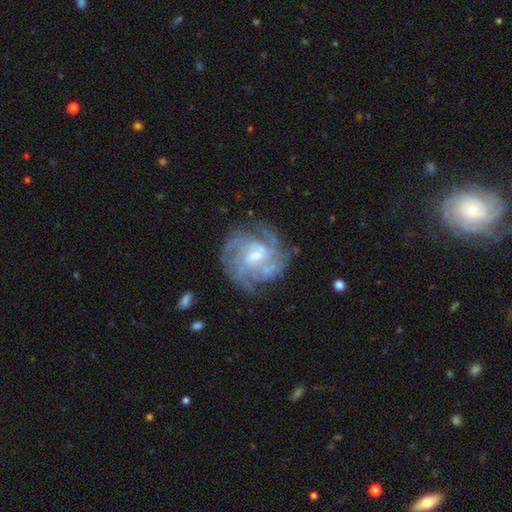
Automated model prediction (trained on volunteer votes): Smooth or featured?
  - featured or disk: 85% *
  - smooth: 8%
  - star or artifact: 6%
Edge-on disk?
  - no: 98% *
  - yes: 2%
Bar?
  - weak: 49% *
  - no: 41%
  - strong: 10%
Spiral arms?
  - yes: 95% *
  - no: 5%
Spiral winding?
  - tight: 60% *
  - medium: 33%
  - loose: 7%
Spiral arm count?
  - can't tell: 30% *
  - 4: 24%
  - 3: 21%
  - 2: 12%
  - more than 4: 7%
  - 1: 6%
Bulge size?
  - small: 51% *
  - moderate: 42%
  - none: 3%
  - large: 2%
  - dominant: 1%
Merging?
  - none: 73% *
  - minor disturbance: 17%
  - major disturbance: 8%
  - merger: 2%